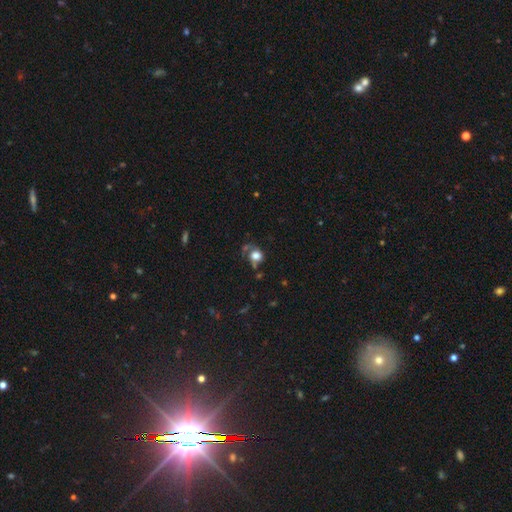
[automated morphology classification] Smooth or featured?
  - smooth: 62% *
  - featured or disk: 27%
  - star or artifact: 11%
How rounded?
  - round: 63% *
  - in between: 36%
  - cigar-shaped: 1%
Merging?
  - none: 37% *
  - major disturbance: 30%
  - minor disturbance: 22%
  - merger: 11%